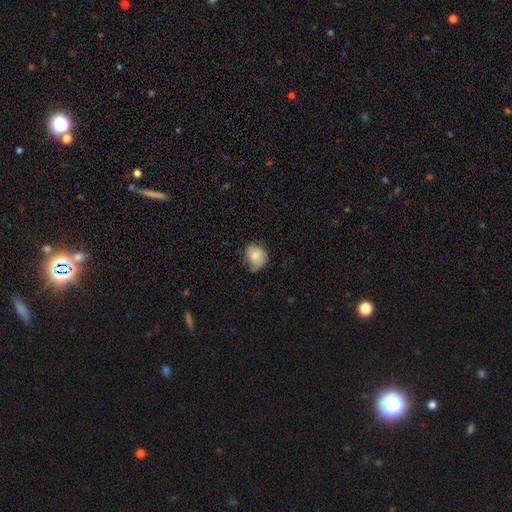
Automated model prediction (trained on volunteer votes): The model was most divided on "merging": none: 58%, minor disturbance: 33%, major disturbance: 8%, merger: 1%. More confident: smooth or featured — smooth (81%); how rounded — round (65%).